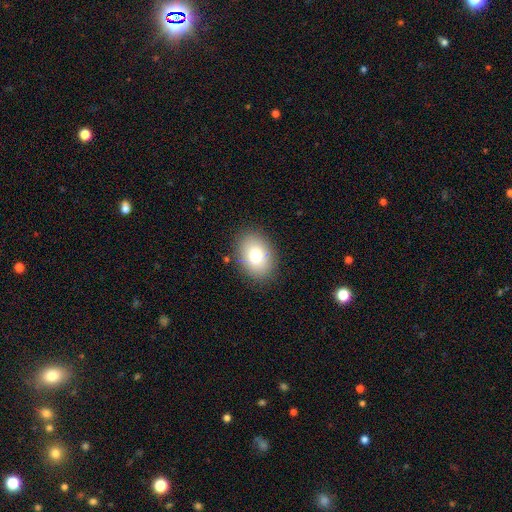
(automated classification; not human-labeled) Q: Smooth or featured?
A: smooth (77%); runner-up: featured or disk (13%)
Q: How rounded?
A: in between (74%); runner-up: round (25%)
Q: Merging?
A: none (86%); runner-up: minor disturbance (10%)